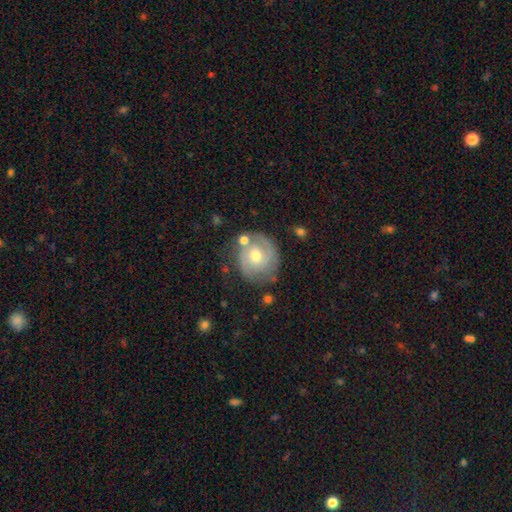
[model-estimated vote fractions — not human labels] Smooth or featured?
  - featured or disk: 75% *
  - smooth: 19%
  - star or artifact: 6%
Edge-on disk?
  - no: 97% *
  - yes: 3%
Bar?
  - no: 62% *
  - weak: 32%
  - strong: 6%
Spiral arms?
  - yes: 91% *
  - no: 9%
Spiral winding?
  - tight: 58% *
  - medium: 33%
  - loose: 9%
Spiral arm count?
  - 2: 60% *
  - can't tell: 18%
  - 3: 11%
  - 1: 6%
  - 4: 2%
  - more than 4: 2%
Bulge size?
  - moderate: 70% *
  - small: 24%
  - large: 4%
  - none: 1%
  - dominant: 1%
Merging?
  - none: 69% *
  - minor disturbance: 18%
  - major disturbance: 7%
  - merger: 6%